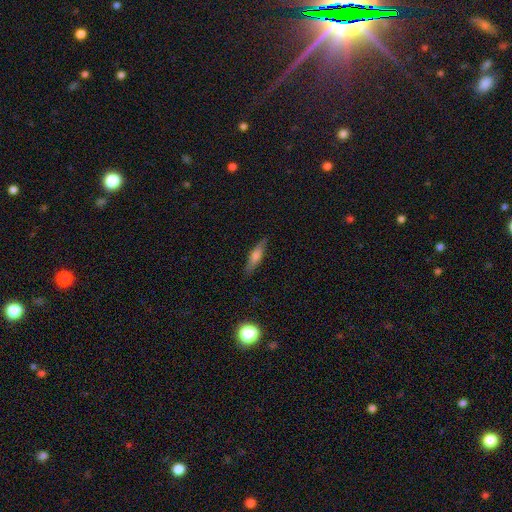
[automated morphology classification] This appears to be a smooth galaxy with no disk features (58%) that is cigar-shaped (69%). Merging: none (86%).